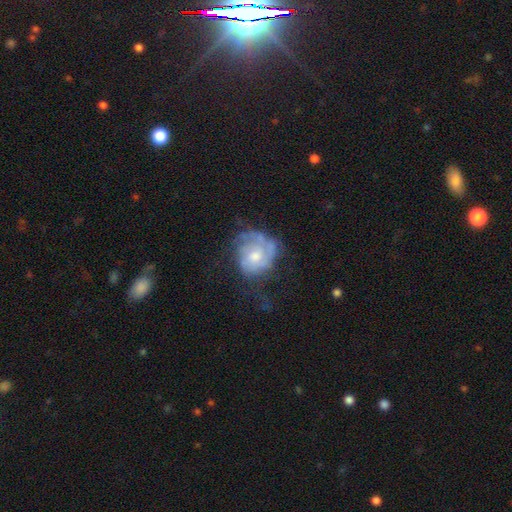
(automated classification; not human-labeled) featured or disk 63%, smooth 30%, star or artifact 7%. Down the decision tree: edge-on disk — no (97%); bar — no (76%); spiral arms — yes (74%); bulge size — moderate (60%); merging — none (45%).